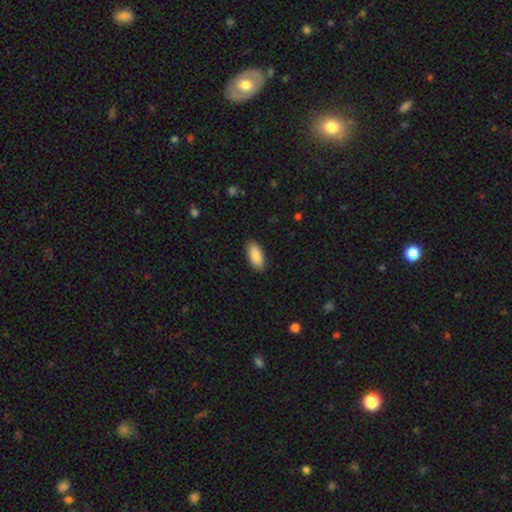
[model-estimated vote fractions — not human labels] Morphology: type=smooth (88%); roundness=in between (90%); merging=none (88%).